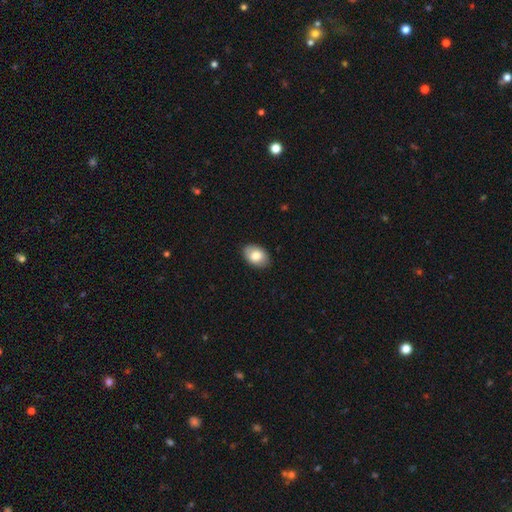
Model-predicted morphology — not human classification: A smooth galaxy with no disk features (79%) that is in between round and cigar-shaped (87%). Merging: none (87%).